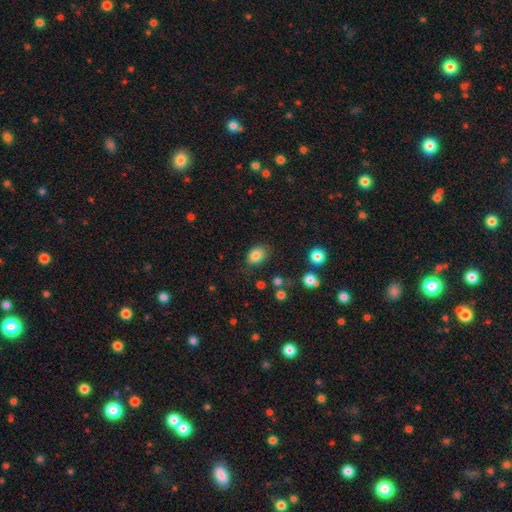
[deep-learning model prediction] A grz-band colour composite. It shows a smooth galaxy with no disk features (84%) that is in between round and cigar-shaped (69%). Merging: none (78%).